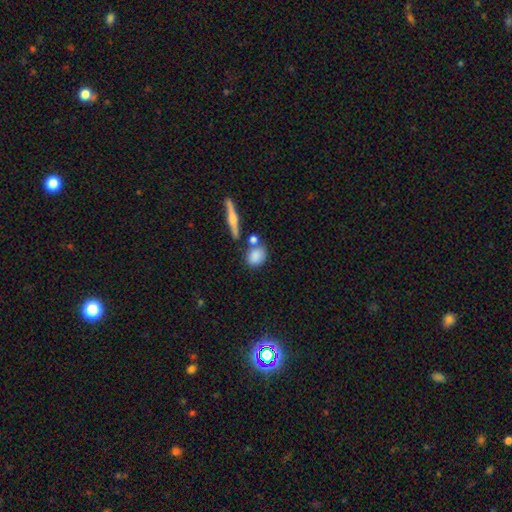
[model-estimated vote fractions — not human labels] Overall: smooth (80%). How rounded: round (52%; in between 43%). Merging: none (63%).